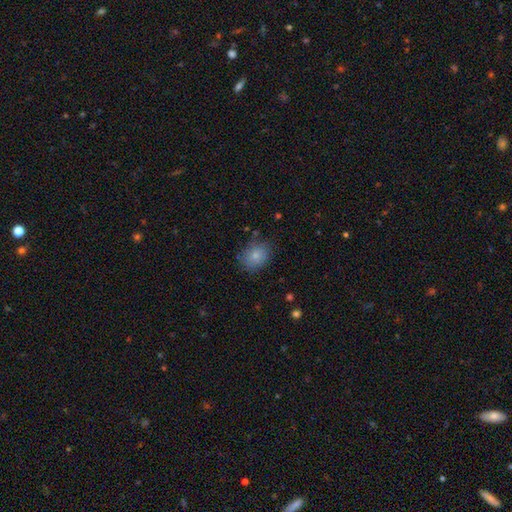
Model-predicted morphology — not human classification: Smooth or featured? smooth (82%)
How rounded? in between (56%)
Merging? none (78%)